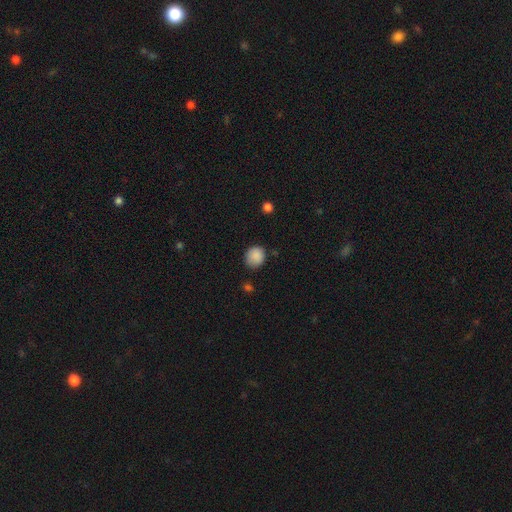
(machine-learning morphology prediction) Q: Smooth or featured?
A: smooth (87%); runner-up: star or artifact (9%)
Q: How rounded?
A: round (78%); runner-up: in between (21%)
Q: Merging?
A: none (76%); runner-up: minor disturbance (18%)